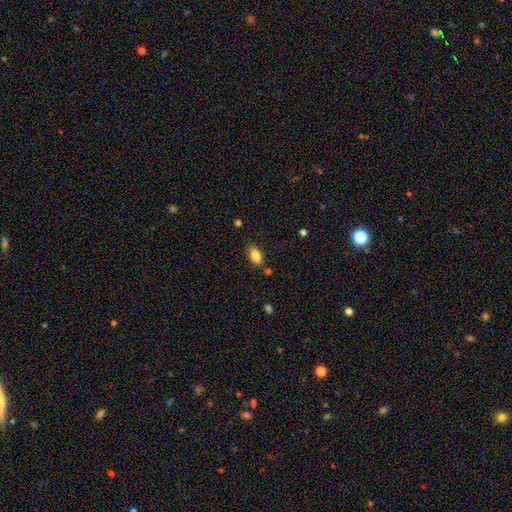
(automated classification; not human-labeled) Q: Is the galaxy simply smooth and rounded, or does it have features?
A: smooth — 84%.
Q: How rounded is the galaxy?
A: in between — 90%.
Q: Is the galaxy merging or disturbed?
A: none — 78%.